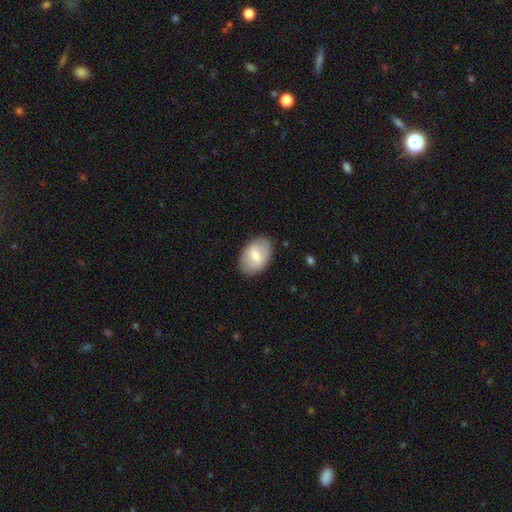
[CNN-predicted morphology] A smooth galaxy with no disk features (62%) that is in between round and cigar-shaped (87%). Merging: none (84%).